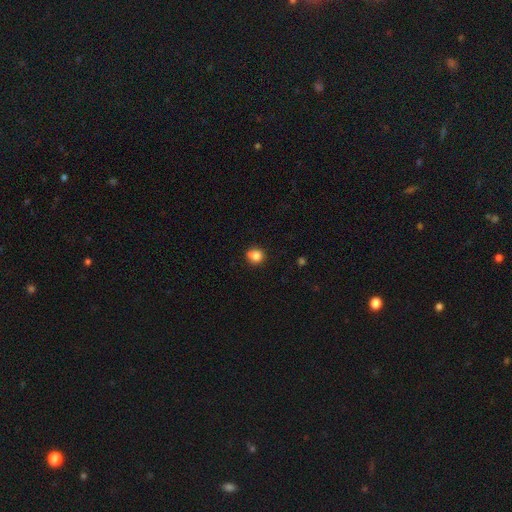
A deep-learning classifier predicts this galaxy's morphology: smooth 83%, star or artifact 11%, featured or disk 6%. Down the decision tree: how rounded — round (89%); merging — none (78%).